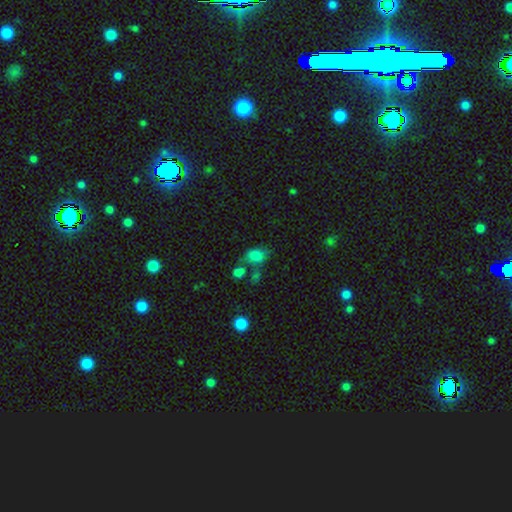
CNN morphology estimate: smooth-or-featured: smooth: 80% | star or artifact: 12% | featured or disk: 9%
  how-rounded: in between: 74% | round: 25% | cigar-shaped: 1%
  merging: none: 46% | merger: 24% | minor disturbance: 20% | major disturbance: 11%